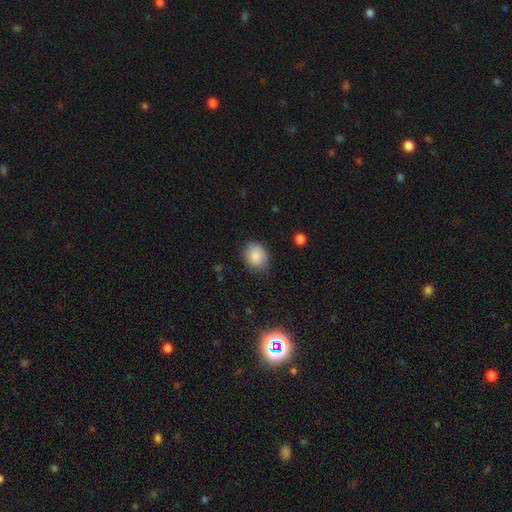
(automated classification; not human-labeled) This is clearly a smooth galaxy (82%). How rounded: possibly in between (53%). Merging: likely none (66%).